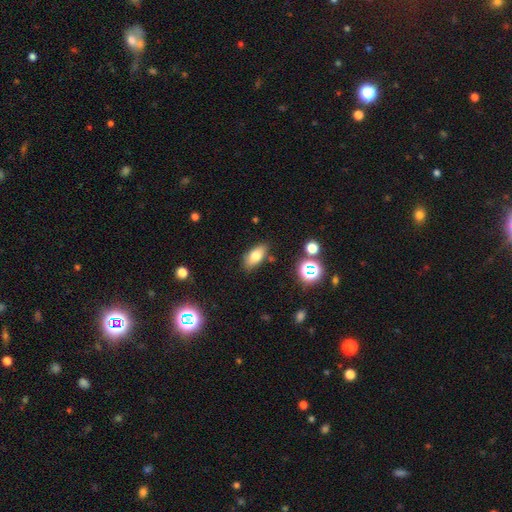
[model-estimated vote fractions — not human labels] A smooth galaxy with no disk features (75%) that is in between round and cigar-shaped (86%). Merging: none (80%).